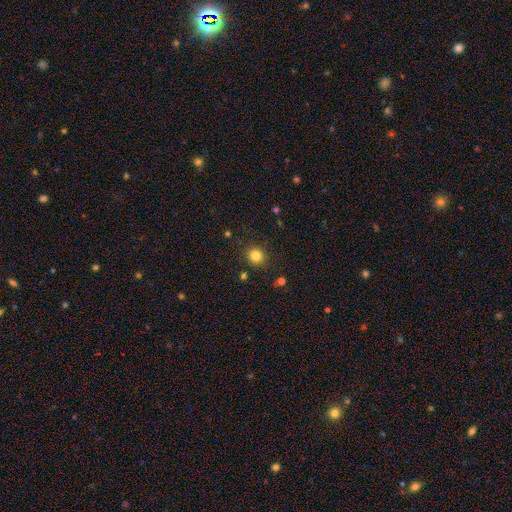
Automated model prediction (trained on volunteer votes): smooth_or_featured: smooth (p=0.82) [alt: star or artifact p=0.13]
how_rounded: round (p=0.85) [alt: in between p=0.14]
merging: none (p=0.88) [alt: minor disturbance p=0.08]